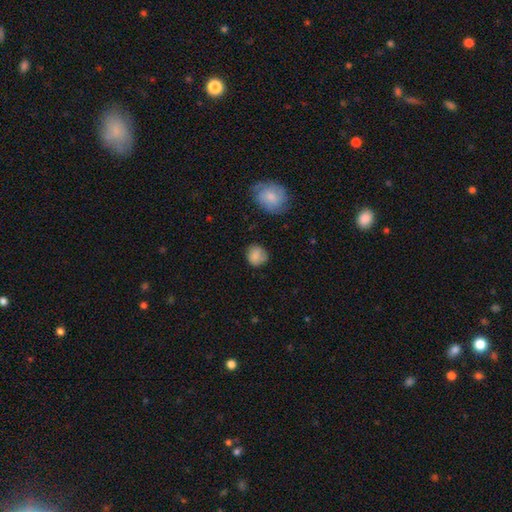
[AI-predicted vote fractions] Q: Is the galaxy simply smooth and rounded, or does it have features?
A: smooth — 81%.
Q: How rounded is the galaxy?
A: round — 83%.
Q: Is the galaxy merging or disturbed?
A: none — 74%.